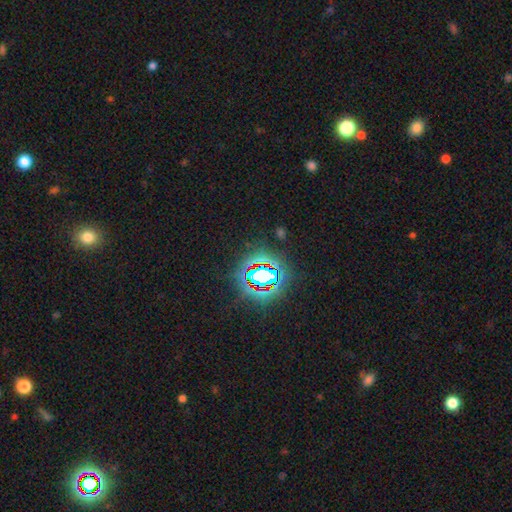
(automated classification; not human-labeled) Q: Smooth or featured?
A: star or artifact (81%); runner-up: smooth (11%)